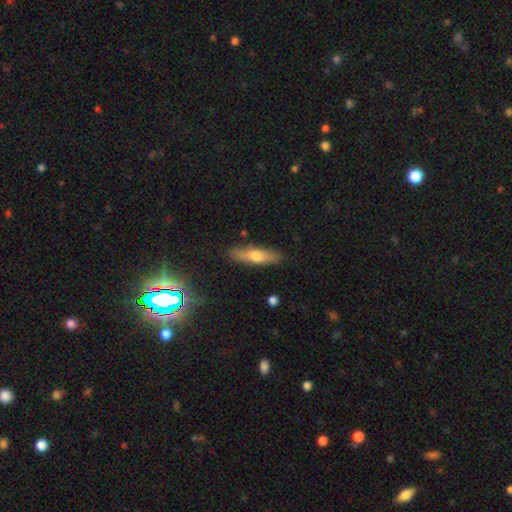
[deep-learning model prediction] The model was most divided on "smooth or featured": smooth: 61%, featured or disk: 33%, star or artifact: 7%. More confident: merging — none (85%); how rounded — cigar-shaped (67%).